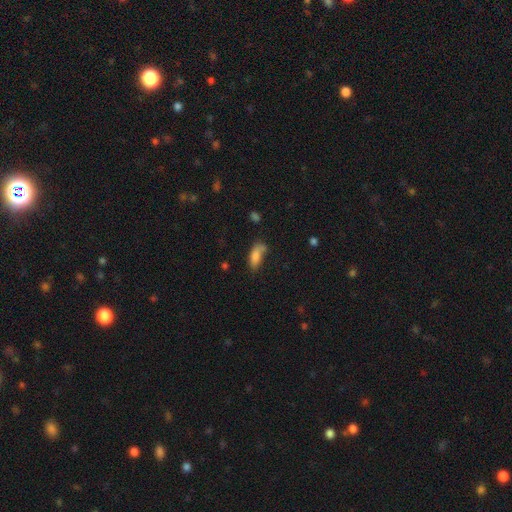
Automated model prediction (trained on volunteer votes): Overall: smooth (81%). How rounded: in between (77%). Merging: none (48%; minor disturbance 25%).